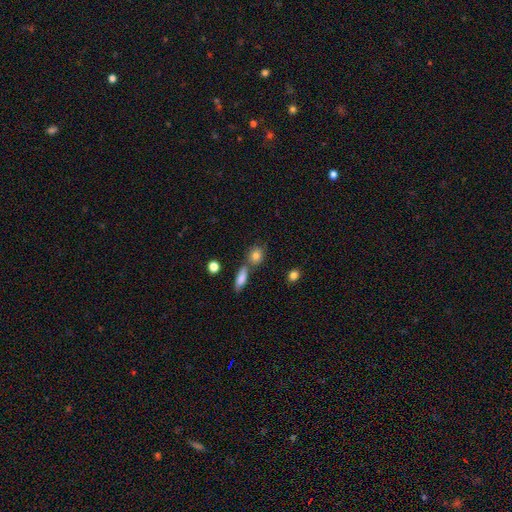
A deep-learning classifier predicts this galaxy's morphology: A smooth galaxy with no disk features (82%) that is round (61%).

Vote fractions:
- Smooth or featured? smooth: 82% / star or artifact: 9% / featured or disk: 9%
- How rounded? round: 61% / in between: 34% / cigar-shaped: 5%
- Merging? none: 62% / merger: 21% / minor disturbance: 13% / major disturbance: 4%